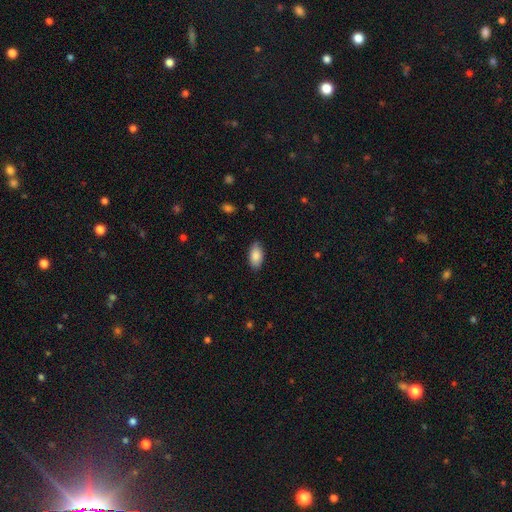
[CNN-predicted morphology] The model was most divided on "merging": none: 86%, minor disturbance: 11%, major disturbance: 2%, merger: 1%. More confident: how rounded — in between (94%); smooth or featured — smooth (87%).